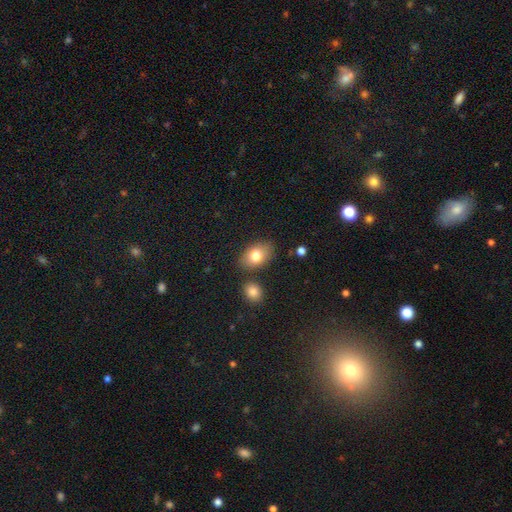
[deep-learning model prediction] A smooth galaxy with no disk features (78%) that is in between round and cigar-shaped (84%).

Vote fractions:
- Smooth or featured? smooth: 78% / featured or disk: 14% / star or artifact: 8%
- How rounded? in between: 84% / round: 15% / cigar-shaped: 1%
- Merging? none: 78% / minor disturbance: 12% / merger: 7% / major disturbance: 3%